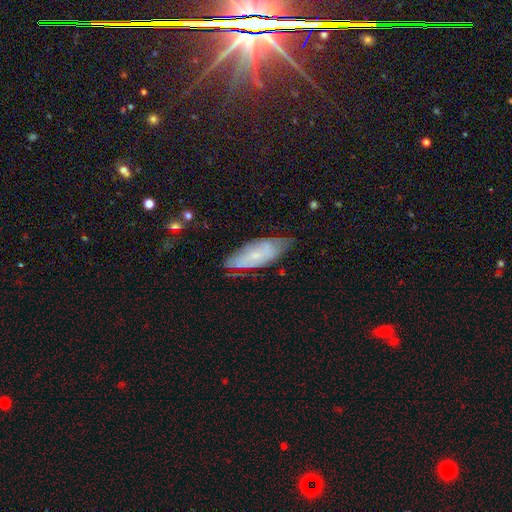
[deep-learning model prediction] A featured or disk galaxy (52%).

Vote fractions:
- Smooth or featured? featured or disk: 52% / smooth: 35% / star or artifact: 13%
- Edge-on disk? no: 79% / yes: 21%
- Merging? none: 66% / minor disturbance: 26% / major disturbance: 6% / merger: 2%